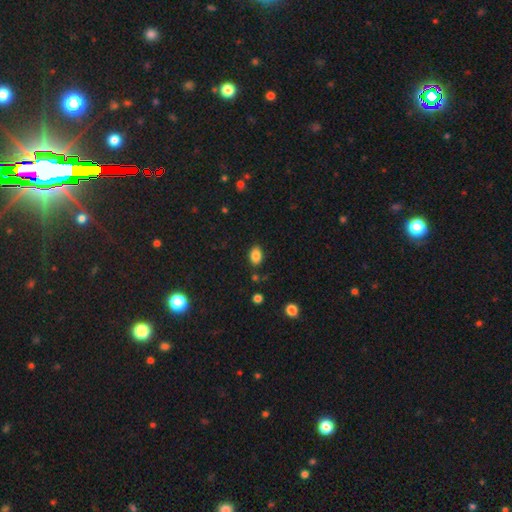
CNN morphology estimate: Smooth or featured? Predicted: smooth (p=0.84). How rounded? Predicted: in between (p=0.82). Merging? Predicted: none (p=0.82).